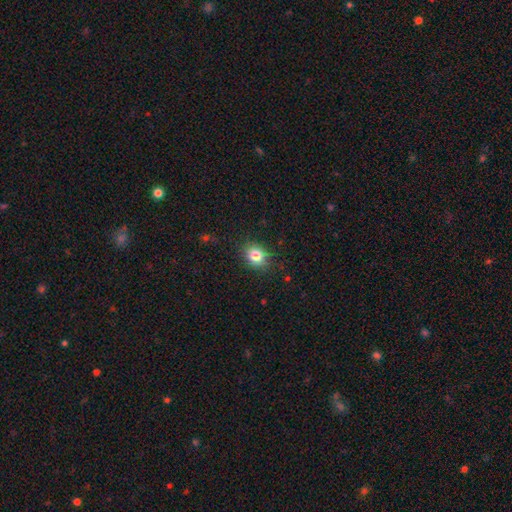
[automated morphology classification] The model was most divided on "how rounded": round: 59%, in between: 40%, cigar-shaped: 1%. More confident: merging — none (86%); smooth or featured — smooth (82%).